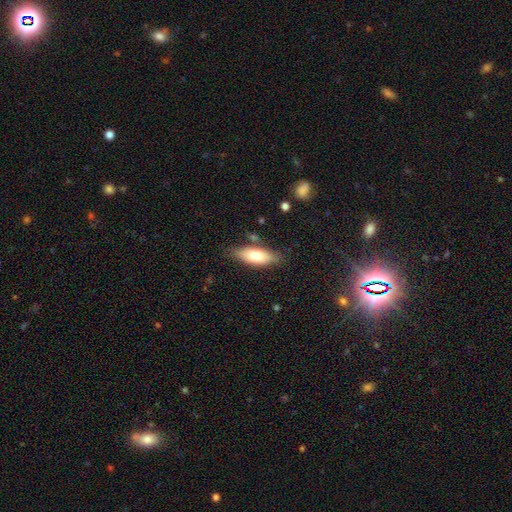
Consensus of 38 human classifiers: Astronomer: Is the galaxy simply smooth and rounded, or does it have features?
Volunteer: smooth — 87%.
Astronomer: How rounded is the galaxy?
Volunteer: in between — 82%.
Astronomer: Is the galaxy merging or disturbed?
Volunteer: none — 77%.